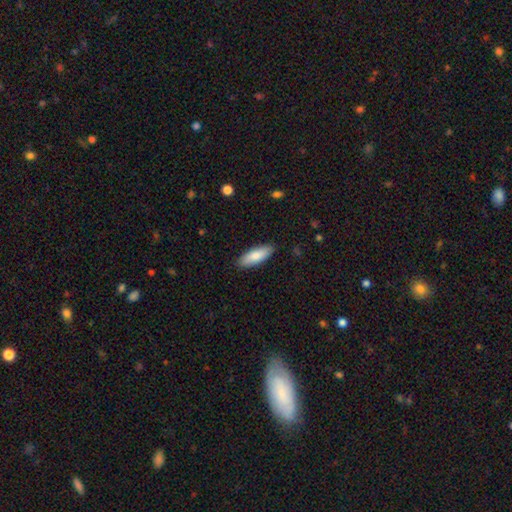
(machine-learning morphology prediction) Smooth or featured: smooth — 84% (featured or disk — 10%)
How rounded: in between — 66% (cigar-shaped — 32%)
Merging: none — 88% (minor disturbance — 9%)